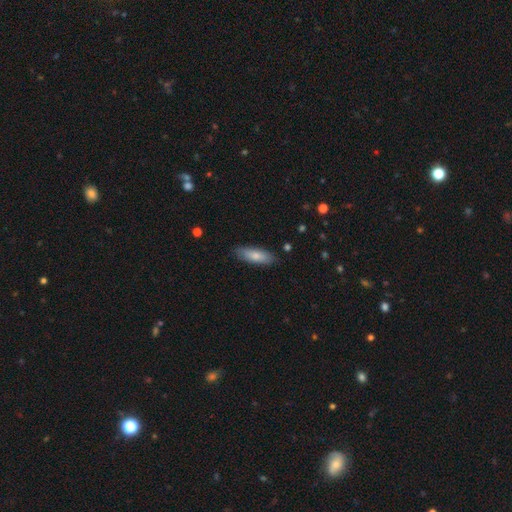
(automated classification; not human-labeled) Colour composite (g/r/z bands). It shows a smooth galaxy with no disk features (77%) that is in between round and cigar-shaped (60%). Merging: none (84%).